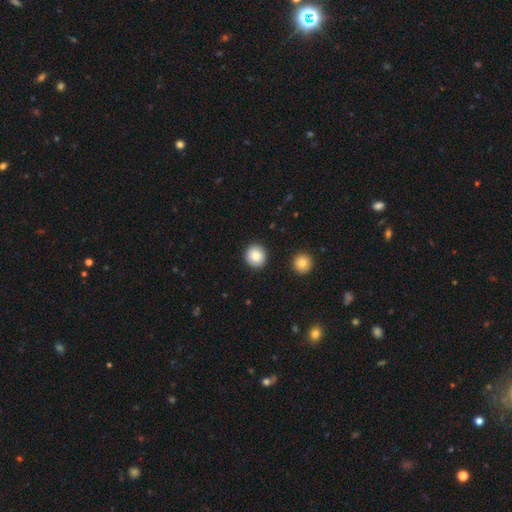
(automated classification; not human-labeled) Smooth or featured?
  - smooth: 82% *
  - featured or disk: 9%
  - star or artifact: 9%
How rounded?
  - round: 93% *
  - in between: 6%
  - cigar-shaped: 1%
Merging?
  - none: 91% *
  - minor disturbance: 5%
  - merger: 2%
  - major disturbance: 2%